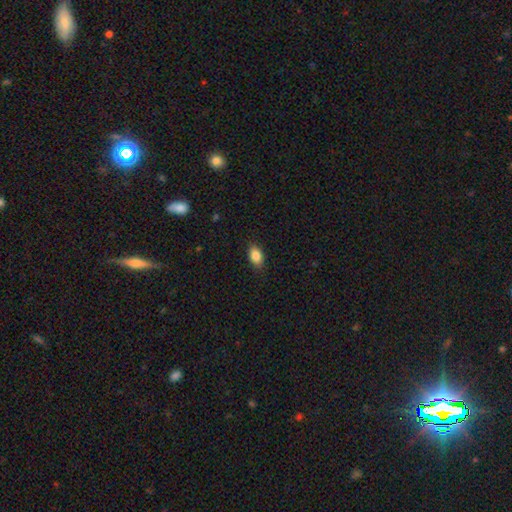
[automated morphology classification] This appears to be a smooth galaxy with no disk features (86%) that is in between round and cigar-shaped (89%). Merging: none (87%).